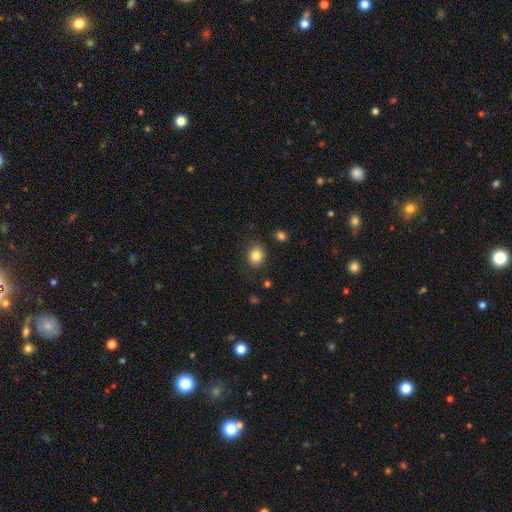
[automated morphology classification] This is clearly a smooth galaxy (83%). How rounded: likely round (63%). Merging: clearly none (85%).